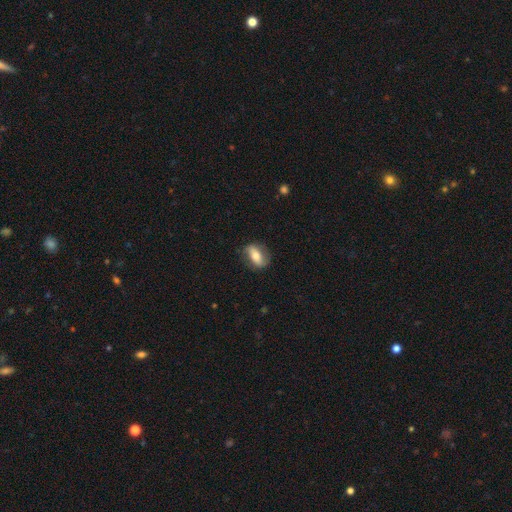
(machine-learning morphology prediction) Smooth or featured?
  - smooth: 50% *
  - featured or disk: 43%
  - star or artifact: 7%
How rounded?
  - in between: 79% *
  - round: 12%
  - cigar-shaped: 9%
Merging?
  - none: 77% *
  - minor disturbance: 16%
  - major disturbance: 5%
  - merger: 1%